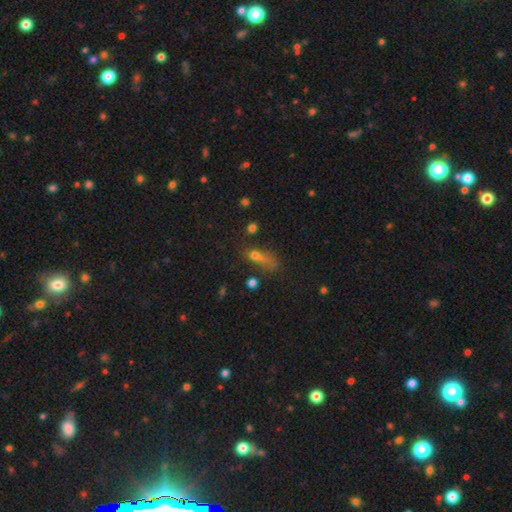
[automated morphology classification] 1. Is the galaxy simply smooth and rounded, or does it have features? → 55% smooth, 25% star or artifact, 20% featured or disk.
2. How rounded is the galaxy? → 50% in between, 32% cigar-shaped, 18% round.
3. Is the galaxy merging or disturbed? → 35% none, 31% major disturbance, 20% minor disturbance, 14% merger.